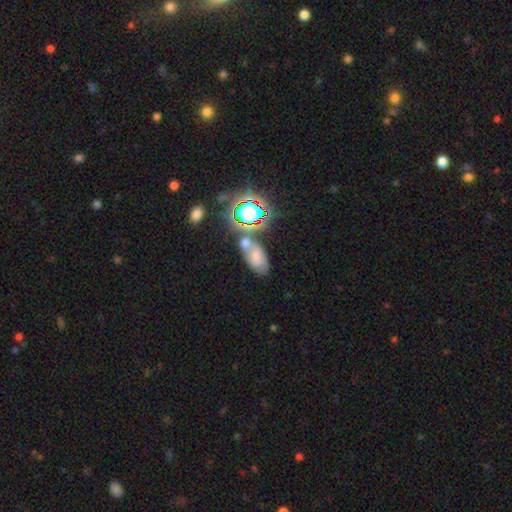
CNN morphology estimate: type=smooth (57%); roundness=in between (88%); merging=none (43%).